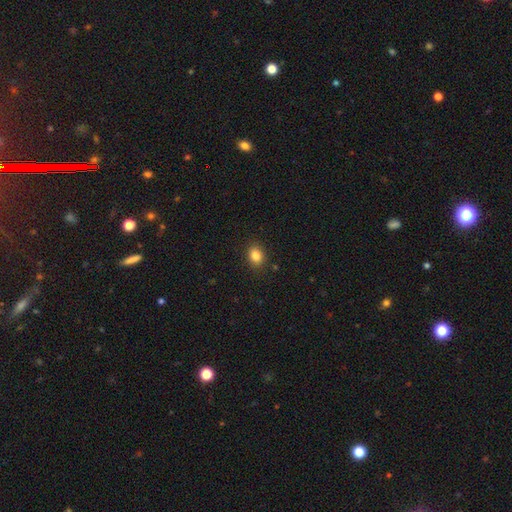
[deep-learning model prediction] This appears to be a smooth galaxy with no disk features (84%) that is in between round and cigar-shaped (54%). Merging: none (89%).